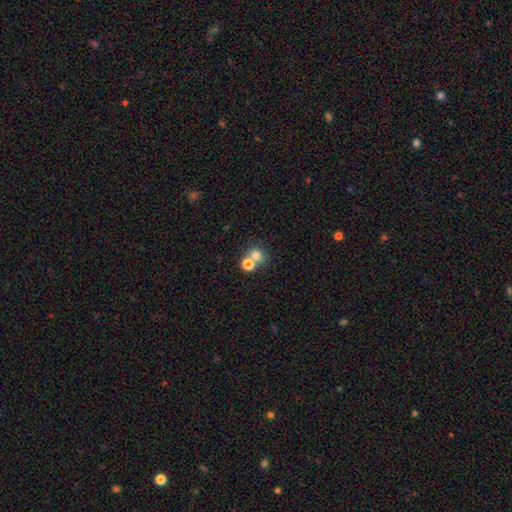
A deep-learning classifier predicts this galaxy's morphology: smooth 74%, star or artifact 14%, featured or disk 11%. Down the decision tree: how rounded — round (78%); merging — none (45%, tied with merger).